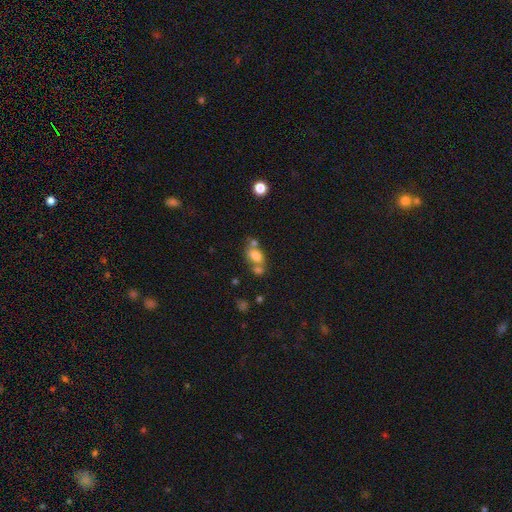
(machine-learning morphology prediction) smooth-or-featured: smooth: 75% | featured or disk: 13% | star or artifact: 11%
  how-rounded: in between: 79% | round: 19% | cigar-shaped: 2%
  merging: none: 44% | merger: 37% | minor disturbance: 13% | major disturbance: 6%